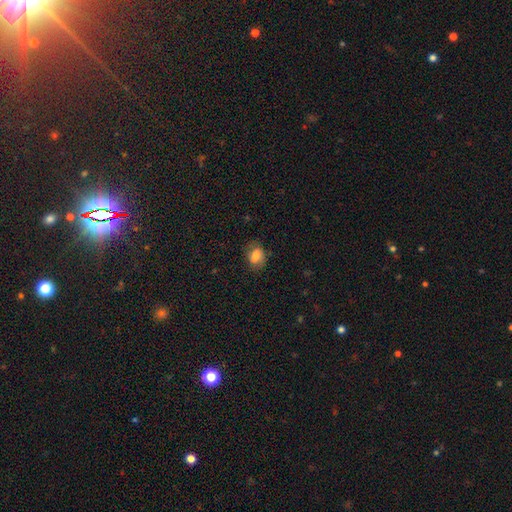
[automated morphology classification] smooth_or_featured: smooth (p=0.74) [alt: featured or disk p=0.16]
how_rounded: in between (p=0.69) [alt: round p=0.30]
merging: none (p=0.72) [alt: minor disturbance p=0.19]